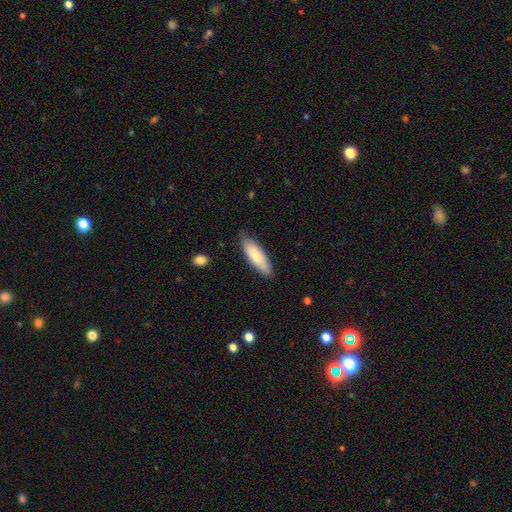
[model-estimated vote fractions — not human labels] Smooth or featured: smooth — 77% (featured or disk — 17%)
How rounded: in between — 54% (cigar-shaped — 45%)
Merging: none — 79% (minor disturbance — 17%)